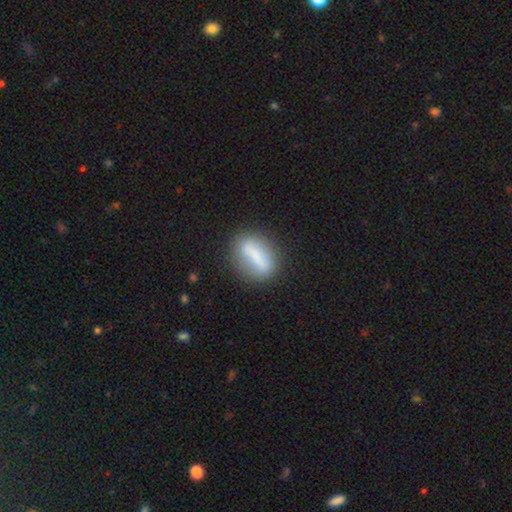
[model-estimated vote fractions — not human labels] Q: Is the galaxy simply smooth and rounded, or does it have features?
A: smooth — 67%.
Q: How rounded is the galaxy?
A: in between — 60%.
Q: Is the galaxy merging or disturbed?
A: none — 78%.